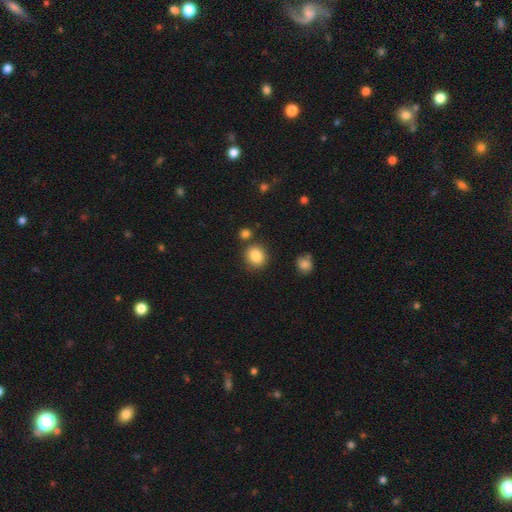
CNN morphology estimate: A smooth galaxy with no disk features (86%) that is round (77%). Merging: none (80%).